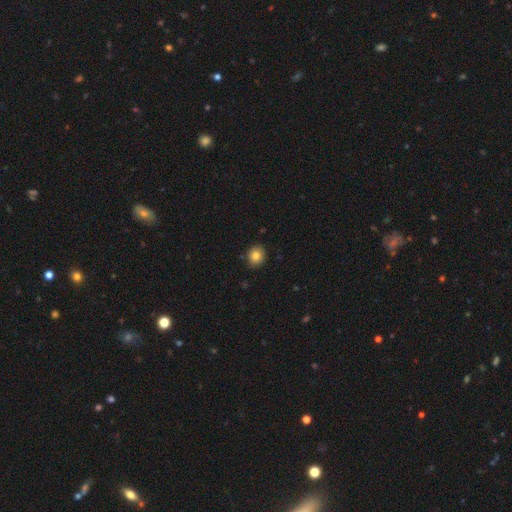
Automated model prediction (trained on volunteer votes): smooth 83%, star or artifact 10%, featured or disk 7%. Down the decision tree: how rounded — round (75%); merging — none (89%).